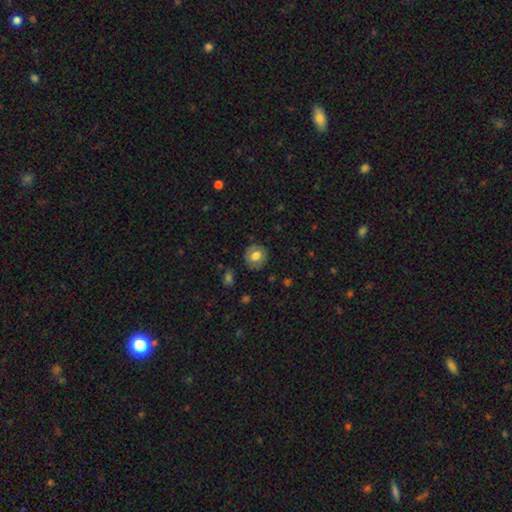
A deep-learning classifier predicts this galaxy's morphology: Smooth or featured?
  - smooth: 70% *
  - featured or disk: 22%
  - star or artifact: 8%
How rounded?
  - round: 84% *
  - in between: 15%
  - cigar-shaped: 1%
Merging?
  - none: 85% *
  - minor disturbance: 11%
  - major disturbance: 3%
  - merger: 1%